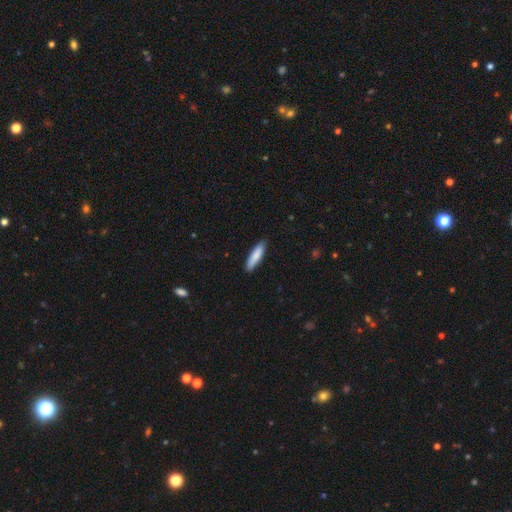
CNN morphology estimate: type=smooth (84%); roundness=cigar-shaped (73%); merging=none (88%).